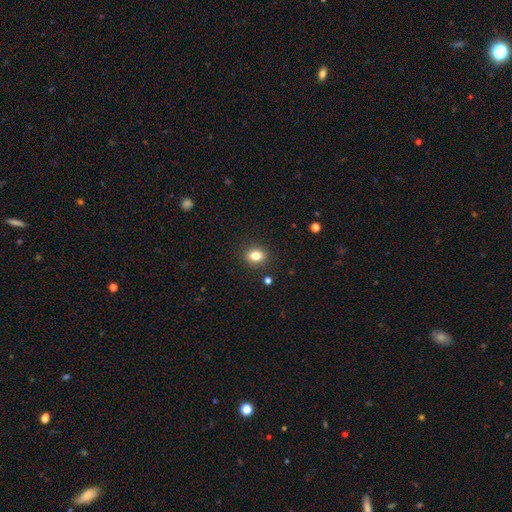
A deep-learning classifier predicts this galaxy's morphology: Smooth or featured?
  - smooth: 82% *
  - star or artifact: 11%
  - featured or disk: 7%
How rounded?
  - in between: 59% *
  - round: 40%
  - cigar-shaped: 1%
Merging?
  - none: 89% *
  - minor disturbance: 8%
  - major disturbance: 2%
  - merger: 2%